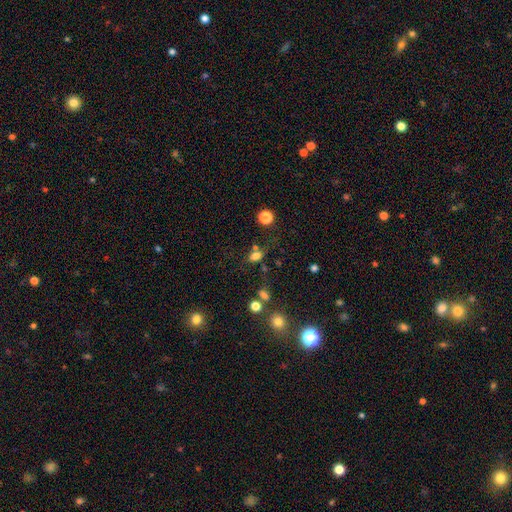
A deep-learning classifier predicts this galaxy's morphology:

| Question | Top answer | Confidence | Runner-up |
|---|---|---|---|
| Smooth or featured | smooth | 75% | star or artifact (17%) |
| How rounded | in between | 72% | round (24%) |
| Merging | none | 55% | merger (19%) |